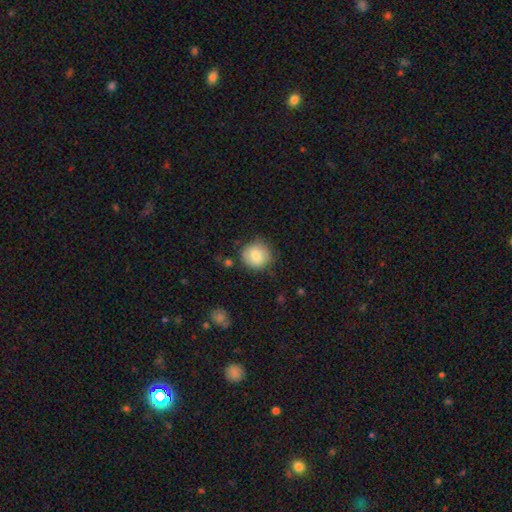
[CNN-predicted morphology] This appears to be a smooth galaxy with no disk features (79%) that is round (89%). Merging: none (79%).